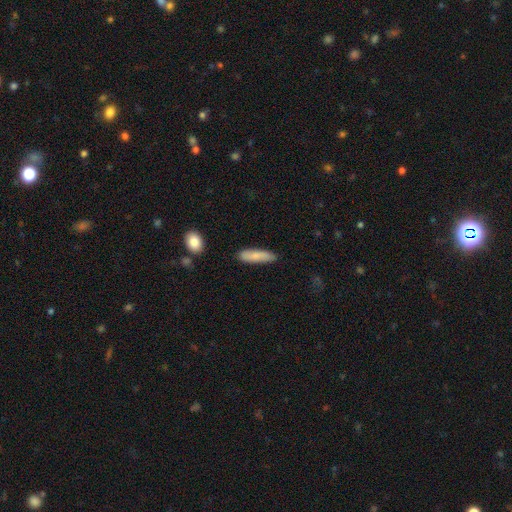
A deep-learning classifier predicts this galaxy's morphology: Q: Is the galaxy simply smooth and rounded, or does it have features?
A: smooth — 82%.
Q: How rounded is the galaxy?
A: cigar-shaped — 68%.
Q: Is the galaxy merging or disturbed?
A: none — 84%.